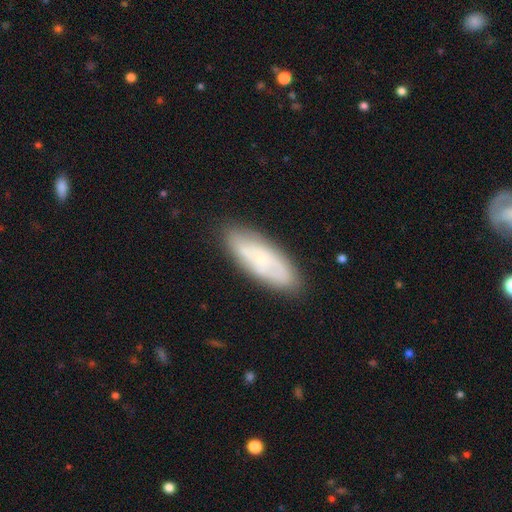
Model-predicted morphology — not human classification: smooth_or_featured: featured or disk (p=0.52) [alt: smooth p=0.41]
disk_edge_on: no (p=0.81) [alt: yes p=0.19]
merging: none (p=0.84) [alt: minor disturbance p=0.12]